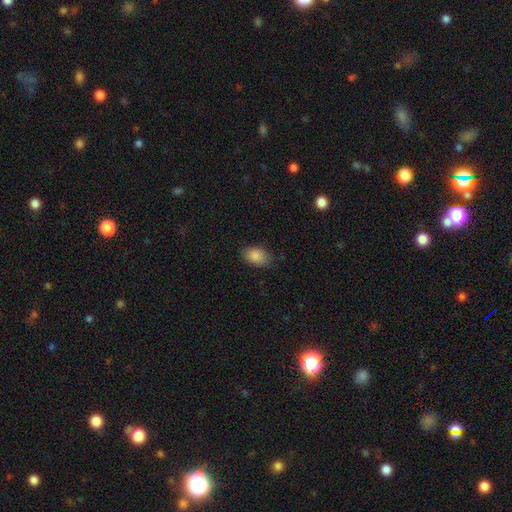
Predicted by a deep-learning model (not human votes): Smooth or featured?
  - smooth: 88% *
  - star or artifact: 8%
  - featured or disk: 5%
How rounded?
  - in between: 86% *
  - round: 12%
  - cigar-shaped: 1%
Merging?
  - none: 79% *
  - minor disturbance: 16%
  - major disturbance: 4%
  - merger: 1%